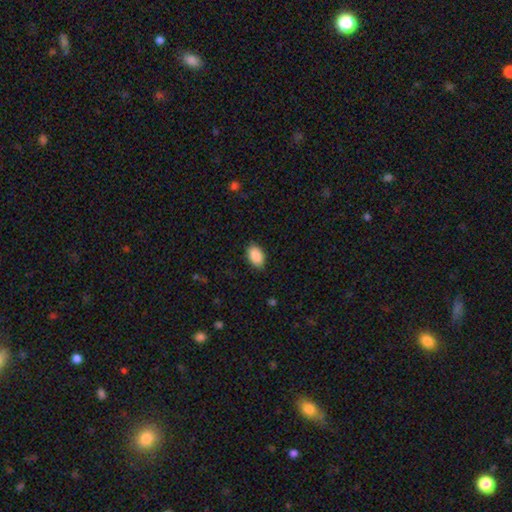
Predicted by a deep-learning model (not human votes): The model was most divided on "merging": none: 85%, minor disturbance: 11%, major disturbance: 2%, merger: 1%. More confident: how rounded — in between (91%); smooth or featured — smooth (90%).